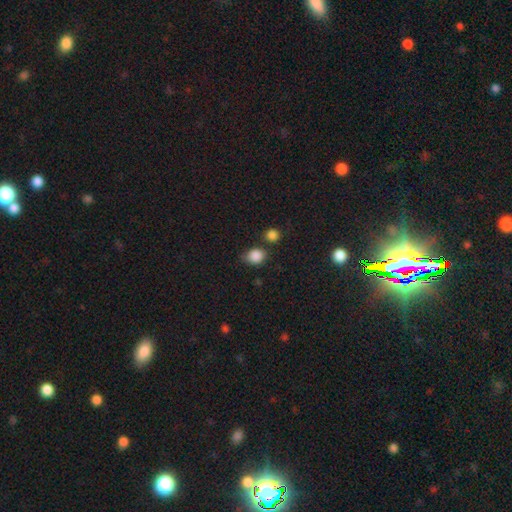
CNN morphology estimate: This is clearly a smooth galaxy (85%). How rounded: likely round (61%). Merging: likely none (61%).